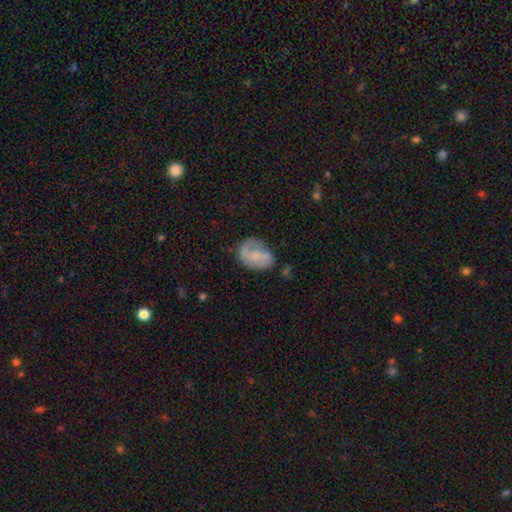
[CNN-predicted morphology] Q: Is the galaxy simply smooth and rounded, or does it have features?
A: featured or disk — 46%, tied with smooth.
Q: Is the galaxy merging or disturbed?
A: none — 49%.